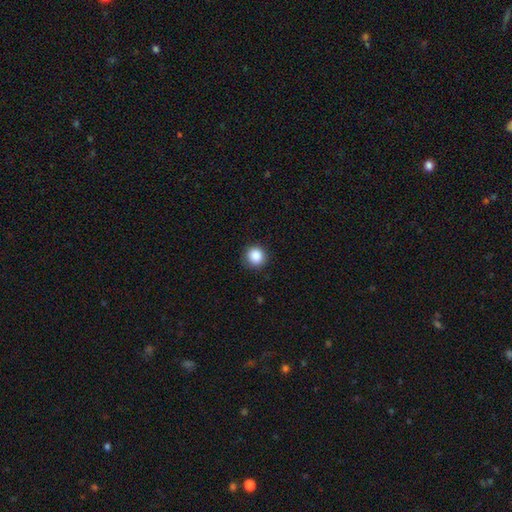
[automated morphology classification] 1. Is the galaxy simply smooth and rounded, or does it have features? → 87% smooth, 10% star or artifact, 3% featured or disk.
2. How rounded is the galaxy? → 93% round, 6% in between, 1% cigar-shaped.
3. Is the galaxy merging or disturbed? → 89% none, 8% minor disturbance, 2% major disturbance, 1% merger.